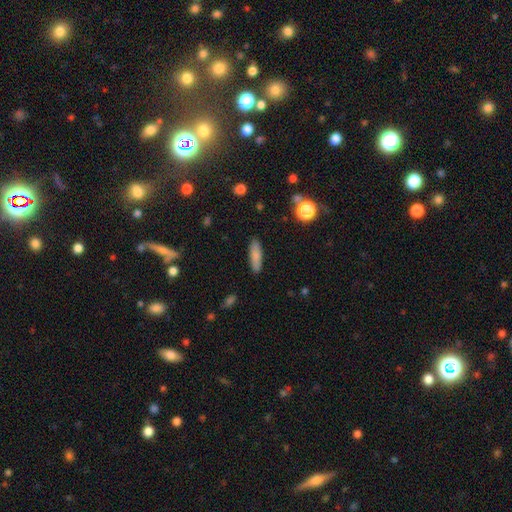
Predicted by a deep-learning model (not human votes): A smooth galaxy with no disk features (83%) that is cigar-shaped (56%). Merging: none (88%).